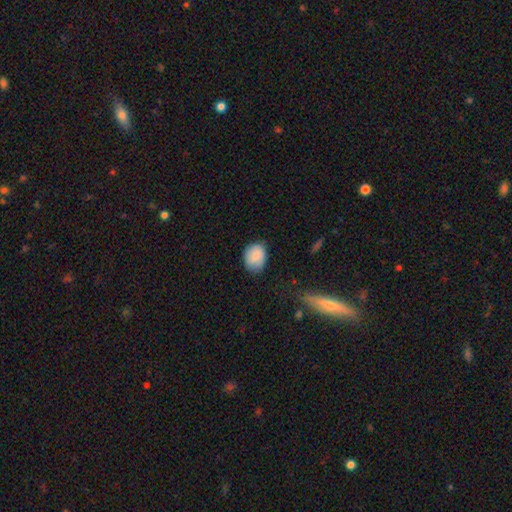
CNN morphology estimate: smooth-or-featured: smooth: 79% | featured or disk: 14% | star or artifact: 7%
  how-rounded: in between: 50% | round: 49% | cigar-shaped: 1%
  merging: none: 71% | minor disturbance: 24% | major disturbance: 4% | merger: 1%